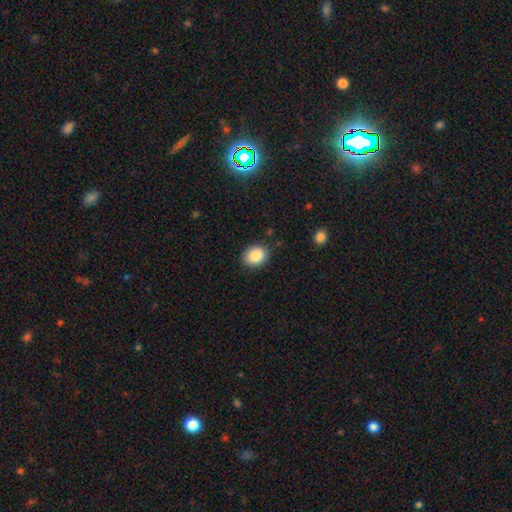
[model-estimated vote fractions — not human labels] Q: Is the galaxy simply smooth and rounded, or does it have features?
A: smooth — 87%.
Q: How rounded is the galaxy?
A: in between — 51%.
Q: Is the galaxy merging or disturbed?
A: none — 85%.